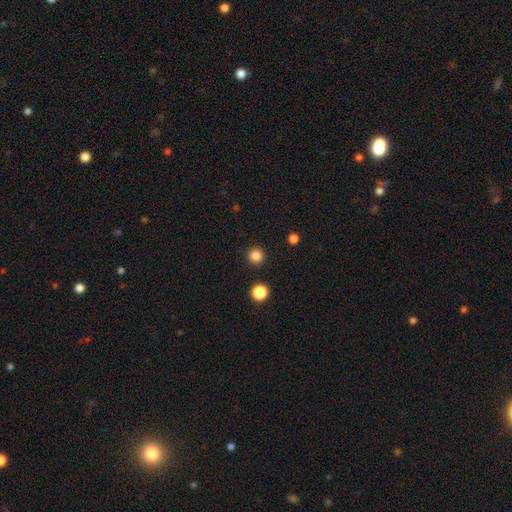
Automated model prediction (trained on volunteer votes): Smooth or featured? smooth (85%)
How rounded? round (96%)
Merging? none (93%)